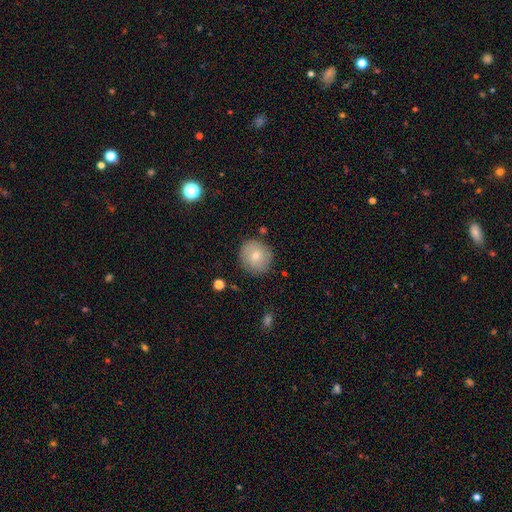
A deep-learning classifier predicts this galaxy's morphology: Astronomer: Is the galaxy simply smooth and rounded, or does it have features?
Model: smooth — 70%.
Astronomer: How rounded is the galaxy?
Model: round — 91%.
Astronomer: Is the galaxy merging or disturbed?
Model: none — 84%.